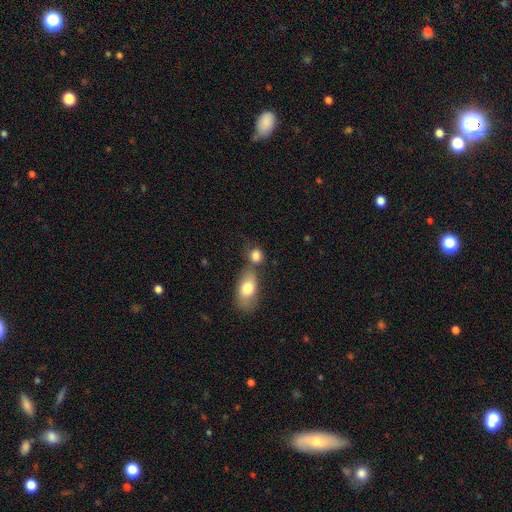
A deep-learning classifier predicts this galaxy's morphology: Q: Smooth or featured?
A: smooth (82%); runner-up: star or artifact (9%)
Q: How rounded?
A: round (54%); runner-up: in between (43%)
Q: Merging?
A: none (46%); runner-up: merger (38%)